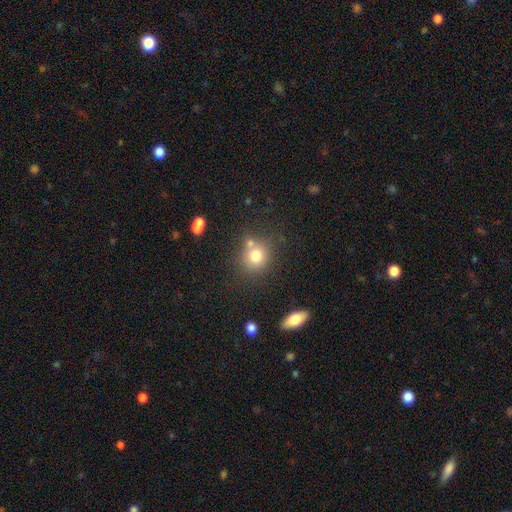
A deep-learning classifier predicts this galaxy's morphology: Smooth or featured? Predicted: smooth (p=0.76). How rounded? Predicted: round (p=0.81). Merging? Predicted: none (p=0.64).